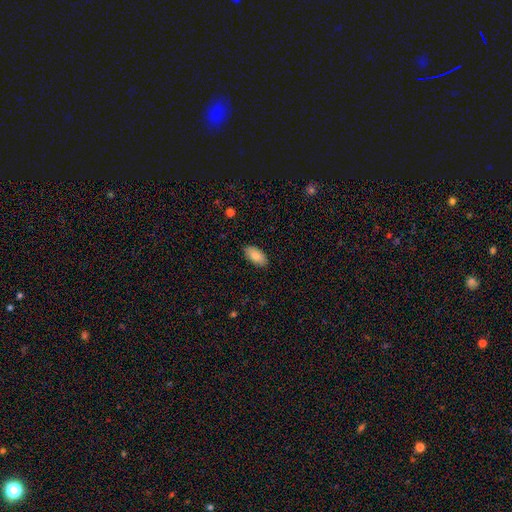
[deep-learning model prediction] smooth_or_featured: smooth (p=0.82) [alt: featured or disk p=0.11]
how_rounded: in between (p=0.94) [alt: cigar-shaped p=0.03]
merging: none (p=0.88) [alt: minor disturbance p=0.09]